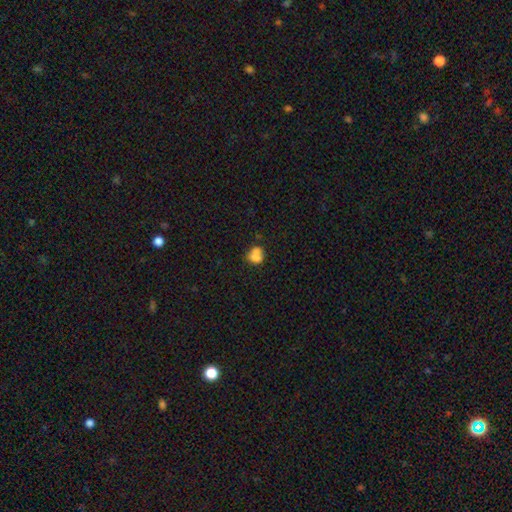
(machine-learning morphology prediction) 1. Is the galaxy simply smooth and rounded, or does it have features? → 73% smooth, 17% featured or disk, 10% star or artifact.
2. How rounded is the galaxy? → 61% round, 38% in between, 1% cigar-shaped.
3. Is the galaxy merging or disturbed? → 44% merger, 34% none, 15% minor disturbance, 7% major disturbance.